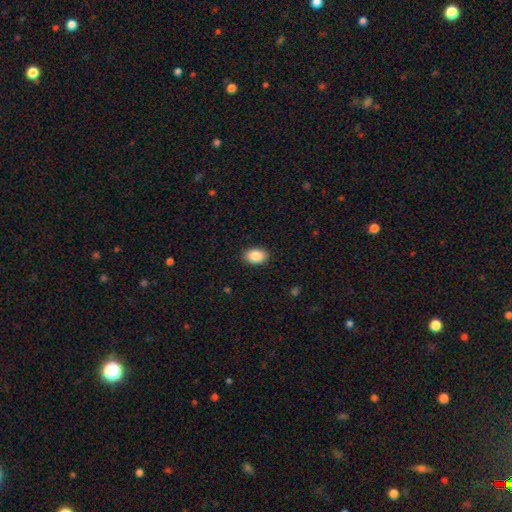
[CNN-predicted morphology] Smooth or featured? smooth (88%)
How rounded? in between (81%)
Merging? none (90%)